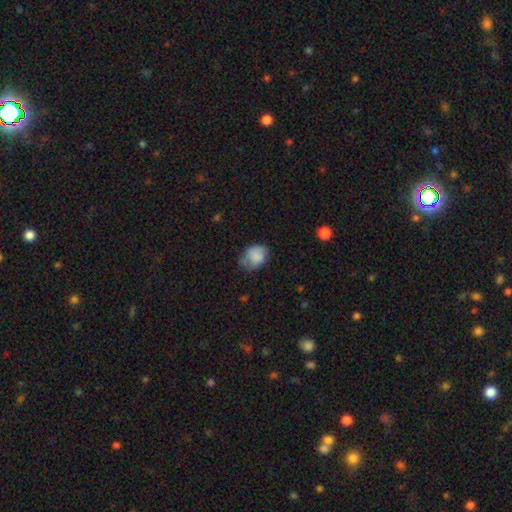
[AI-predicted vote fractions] A smooth galaxy with no disk features (82%) that is in between round and cigar-shaped (55%). Merging: none (50%).